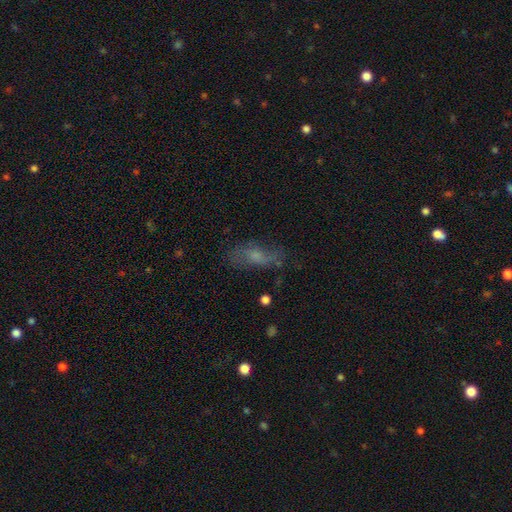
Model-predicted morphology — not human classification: This is possibly a smooth galaxy (50%). How rounded: likely in between (69%). Merging: possibly none (56%).